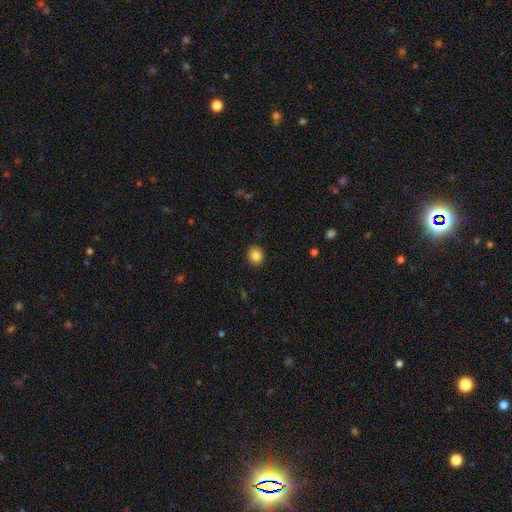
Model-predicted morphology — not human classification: The model was most divided on "how rounded": round: 72%, in between: 27%, cigar-shaped: 1%. More confident: merging — none (89%); smooth or featured — smooth (84%).